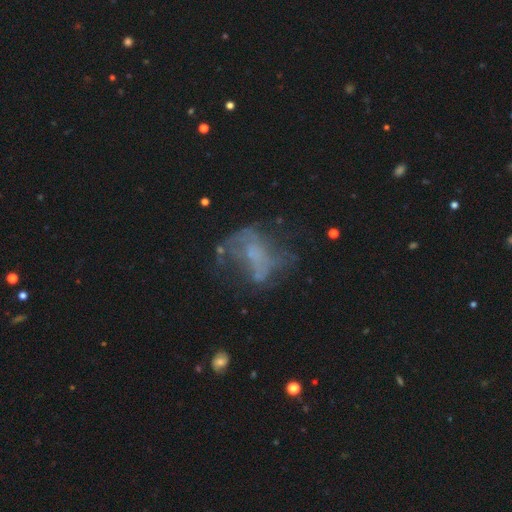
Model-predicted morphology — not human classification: Overall: featured or disk (57%; smooth 24%). Edge-on disk: no (96%). Bar: no (77%). Spiral arms: no (71%). Bulge size: none (59%; small 25%). Merging: none (38%; major disturbance 36%).